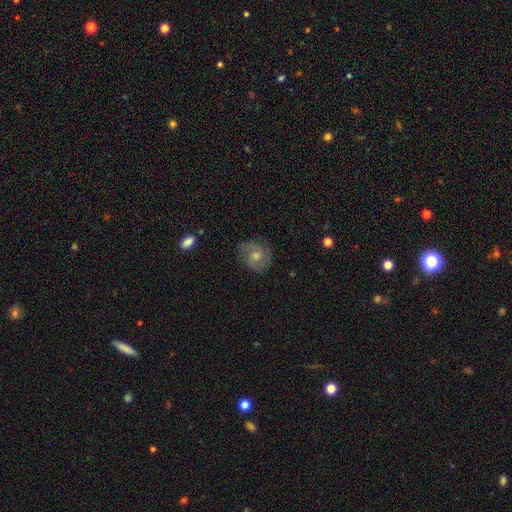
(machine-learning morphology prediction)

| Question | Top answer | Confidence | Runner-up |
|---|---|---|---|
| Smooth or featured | featured or disk | 72% | smooth (17%) |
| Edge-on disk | no | 97% | yes (3%) |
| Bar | no | 65% | weak (30%) |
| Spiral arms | yes | 93% | no (7%) |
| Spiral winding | tight | 46% | medium (42%) |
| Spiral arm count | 2 | 65% | can't tell (16%) |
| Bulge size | moderate | 63% | small (30%) |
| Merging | none | 78% | minor disturbance (15%) |